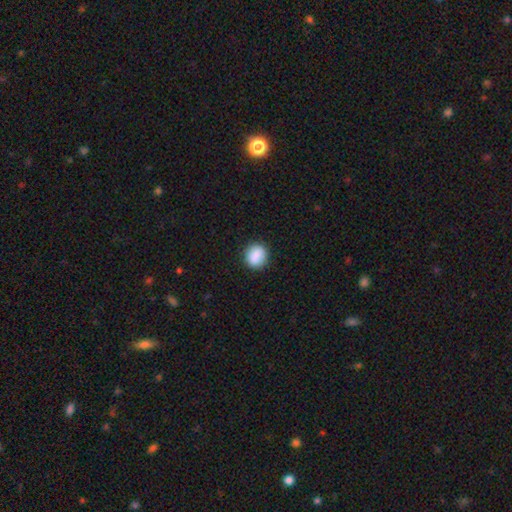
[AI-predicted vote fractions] This is clearly a smooth galaxy (88%). How rounded: likely round (69%). Merging: clearly none (87%).